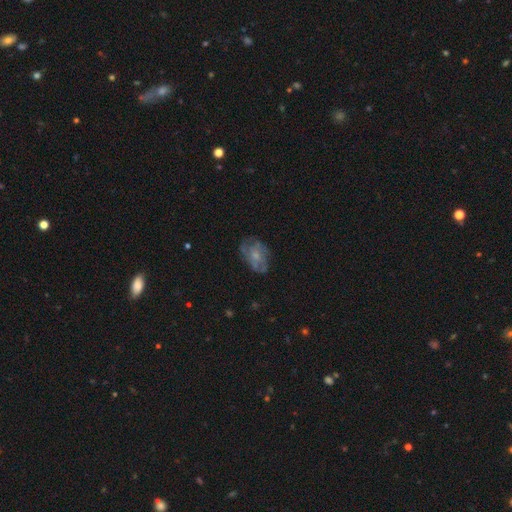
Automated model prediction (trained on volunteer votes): Smooth or featured?
  - featured or disk: 54% *
  - smooth: 37%
  - star or artifact: 9%
Edge-on disk?
  - no: 97% *
  - yes: 3%
Bar?
  - no: 81% *
  - weak: 16%
  - strong: 2%
Spiral arms?
  - yes: 56% *
  - no: 44%
Bulge size?
  - small: 51% *
  - moderate: 35%
  - none: 11%
  - large: 3%
  - dominant: 1%
Merging?
  - none: 62% *
  - minor disturbance: 23%
  - major disturbance: 13%
  - merger: 2%